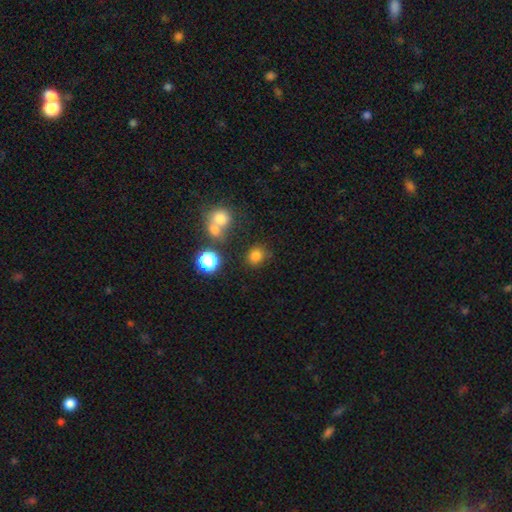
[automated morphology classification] This is likely a smooth galaxy (78%). How rounded: likely round (77%). Merging: likely none (76%).